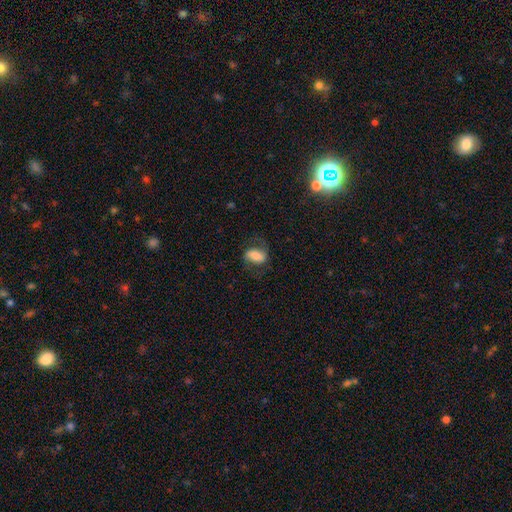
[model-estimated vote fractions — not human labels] Overall: smooth (55%; featured or disk 36%). How rounded: in between (85%). Merging: none (64%).